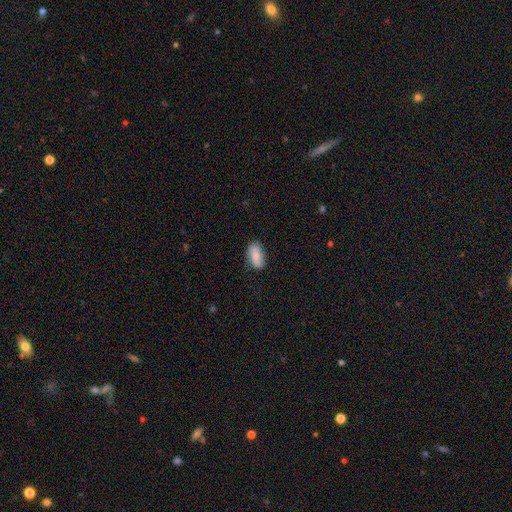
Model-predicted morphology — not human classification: This is likely a smooth galaxy (70%). How rounded: clearly in between (87%). Merging: likely none (74%).